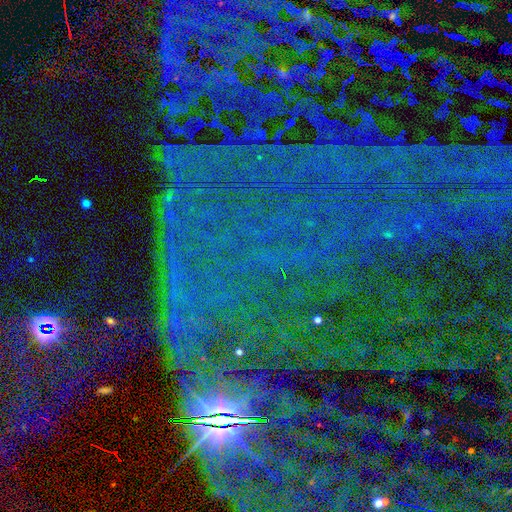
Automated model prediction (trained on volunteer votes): This appears to be a star or artifact, not a galaxy (86%).